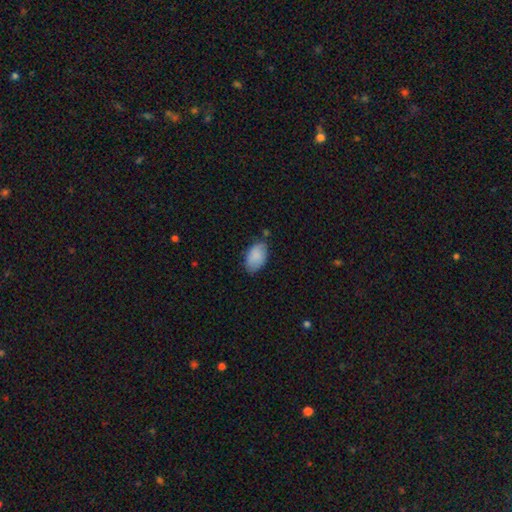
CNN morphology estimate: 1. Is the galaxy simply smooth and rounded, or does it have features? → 86% smooth, 8% featured or disk, 6% star or artifact.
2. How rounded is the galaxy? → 93% in between, 6% round, 1% cigar-shaped.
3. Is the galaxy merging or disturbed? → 67% none, 26% minor disturbance, 4% major disturbance, 3% merger.